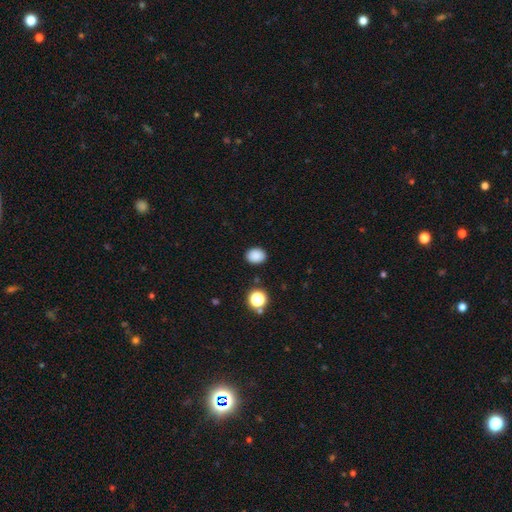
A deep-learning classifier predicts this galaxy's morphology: smooth 86%, star or artifact 11%, featured or disk 3%. Down the decision tree: how rounded — in between (54%); merging — none (88%).